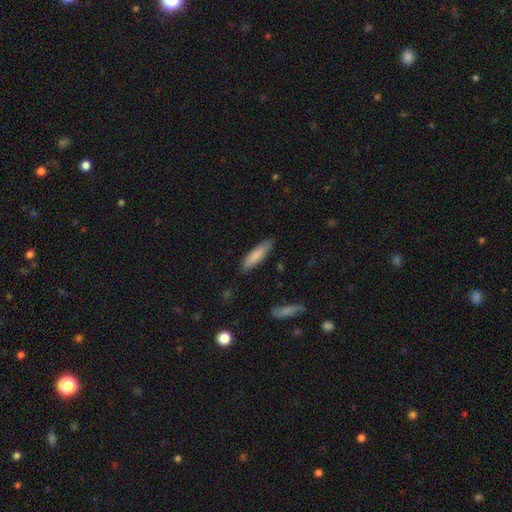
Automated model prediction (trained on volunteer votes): Smooth or featured?
  - smooth: 82% *
  - featured or disk: 12%
  - star or artifact: 5%
How rounded?
  - cigar-shaped: 60% *
  - in between: 38%
  - round: 1%
Merging?
  - none: 83% *
  - minor disturbance: 13%
  - major disturbance: 2%
  - merger: 2%